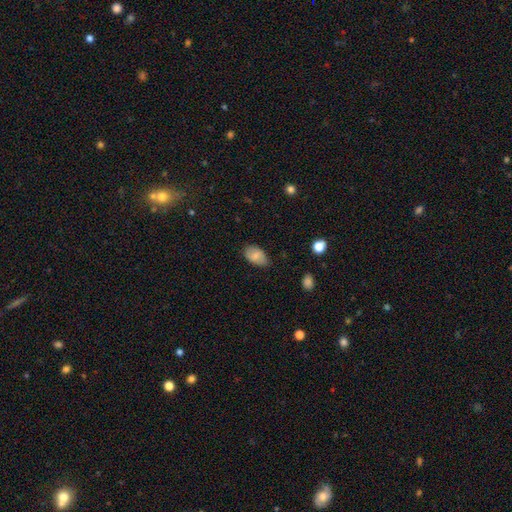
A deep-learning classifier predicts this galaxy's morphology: The model was most divided on "merging": none: 75%, minor disturbance: 20%, major disturbance: 3%, merger: 1%. More confident: how rounded — in between (92%); smooth or featured — smooth (79%).